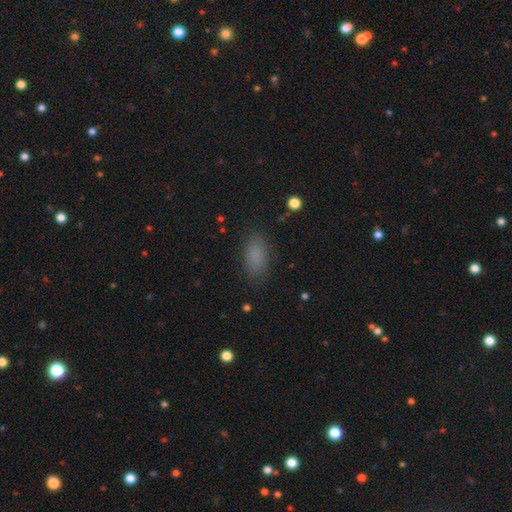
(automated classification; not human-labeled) Smooth or featured: smooth — 83% (star or artifact — 11%)
How rounded: in between — 90% (cigar-shaped — 5%)
Merging: none — 83% (minor disturbance — 11%)